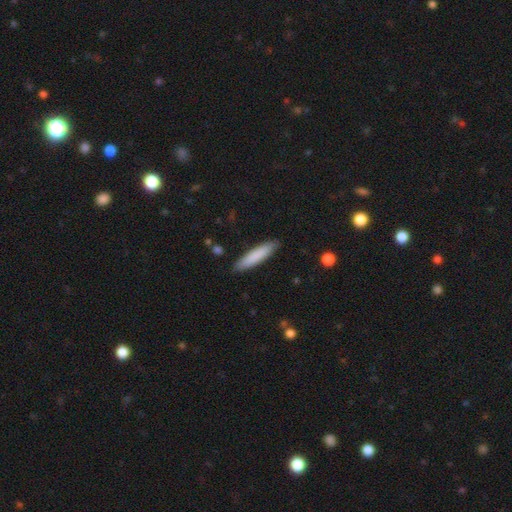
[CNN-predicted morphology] Smooth or featured? Predicted: smooth (p=0.83). How rounded? Predicted: cigar-shaped (p=0.83). Merging? Predicted: none (p=0.89).